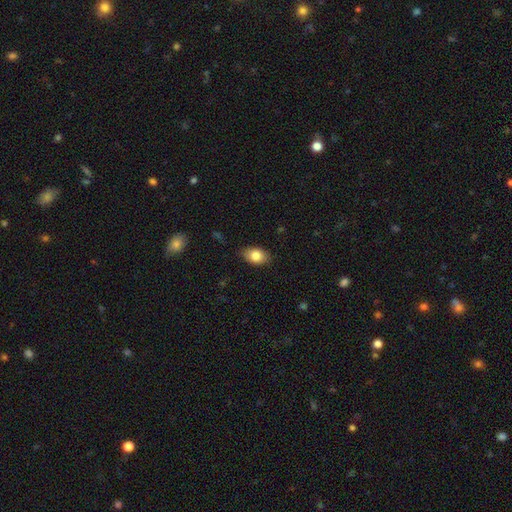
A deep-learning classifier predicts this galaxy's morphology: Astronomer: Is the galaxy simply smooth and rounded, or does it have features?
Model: smooth — 83%.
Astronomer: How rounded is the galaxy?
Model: in between — 84%.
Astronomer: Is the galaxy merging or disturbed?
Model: none — 81%.